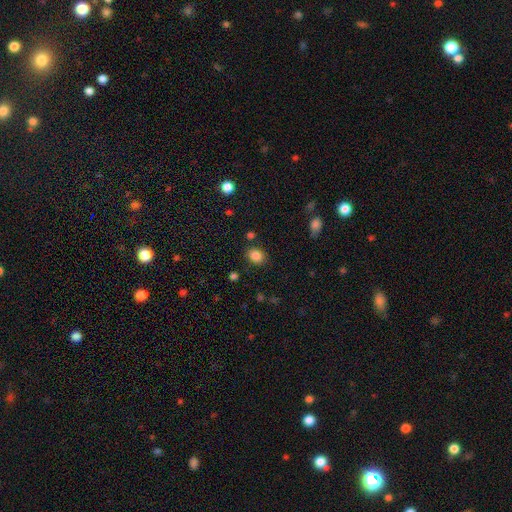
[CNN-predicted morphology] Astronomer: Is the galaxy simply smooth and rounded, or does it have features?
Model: smooth — 84%.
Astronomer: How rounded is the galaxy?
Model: round — 56% (runner-up: in between, 43%).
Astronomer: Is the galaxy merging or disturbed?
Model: none — 83%.